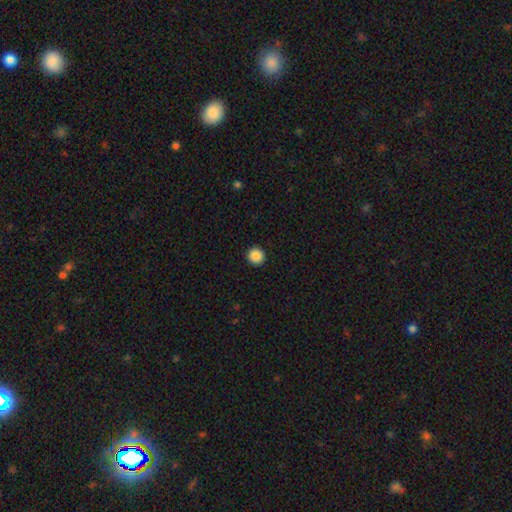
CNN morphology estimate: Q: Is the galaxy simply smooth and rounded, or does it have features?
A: smooth — 88%.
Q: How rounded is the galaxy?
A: round — 96%.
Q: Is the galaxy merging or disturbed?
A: none — 93%.